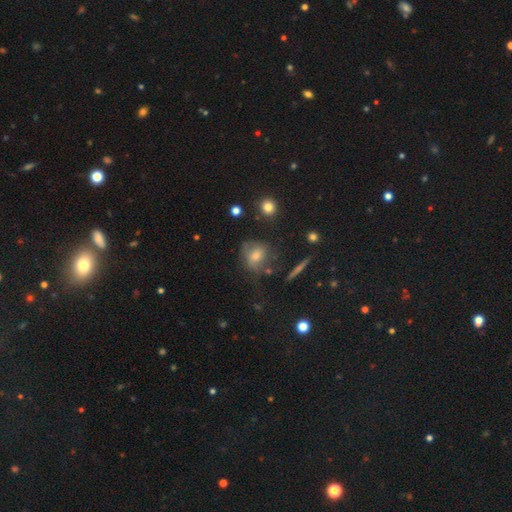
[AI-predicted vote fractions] This appears to be a smooth galaxy with no disk features (51%) that is round (70%). Merging: none (61%).